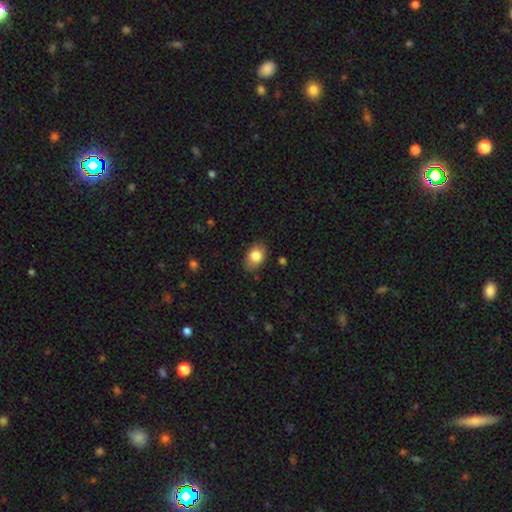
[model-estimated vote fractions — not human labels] A smooth galaxy with no disk features (82%) that is in between round and cigar-shaped (79%). Merging: none (80%).